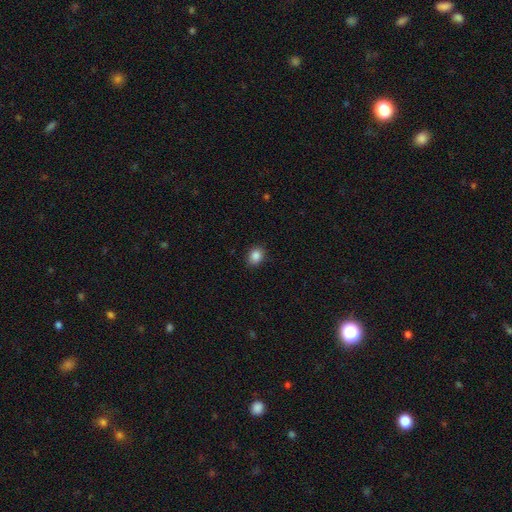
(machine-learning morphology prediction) This appears to be a smooth galaxy with no disk features (87%) that is round (50%). Merging: none (88%).